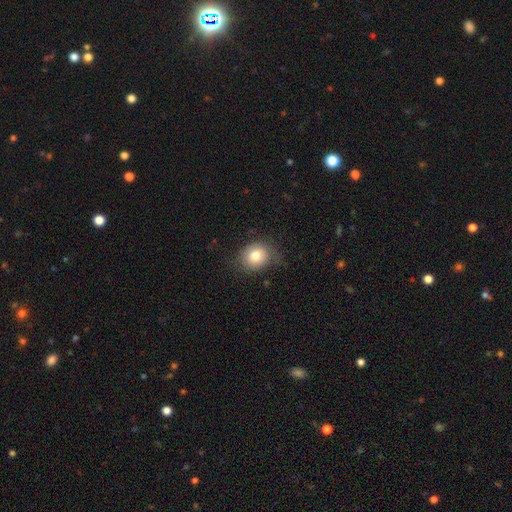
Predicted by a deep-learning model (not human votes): A smooth galaxy with no disk features (80%) that is round (63%).

Vote fractions:
- Smooth or featured? smooth: 80% / featured or disk: 10% / star or artifact: 10%
- How rounded? round: 63% / in between: 36% / cigar-shaped: 1%
- Merging? none: 74% / minor disturbance: 20% / major disturbance: 5% / merger: 1%